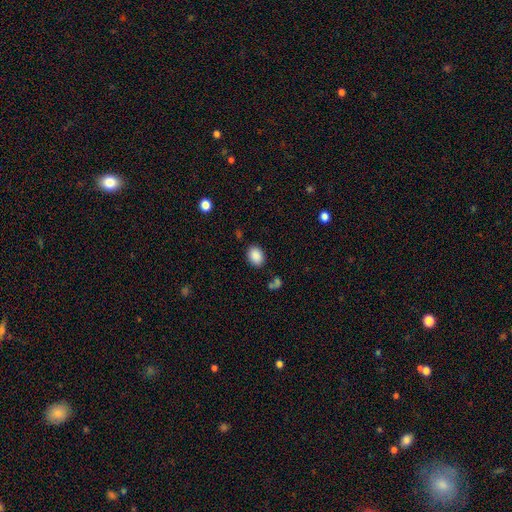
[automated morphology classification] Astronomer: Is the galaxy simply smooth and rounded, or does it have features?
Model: smooth — 88%.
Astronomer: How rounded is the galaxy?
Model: in between — 71%.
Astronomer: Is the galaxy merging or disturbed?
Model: none — 84%.